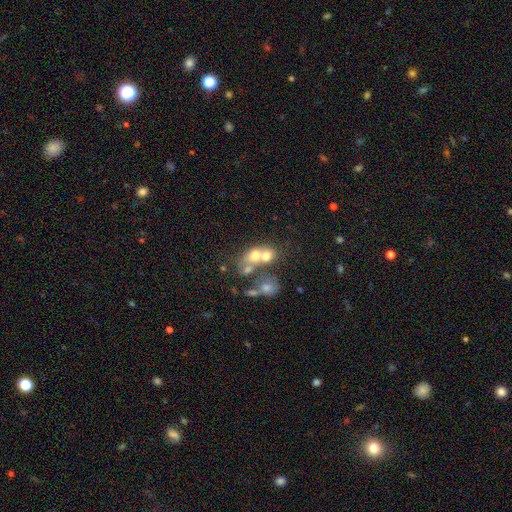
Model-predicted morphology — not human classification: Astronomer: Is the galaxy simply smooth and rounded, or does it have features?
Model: smooth — 57%.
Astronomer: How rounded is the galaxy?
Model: round — 55% (runner-up: in between, 43%).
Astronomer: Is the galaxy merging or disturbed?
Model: merger — 63%.